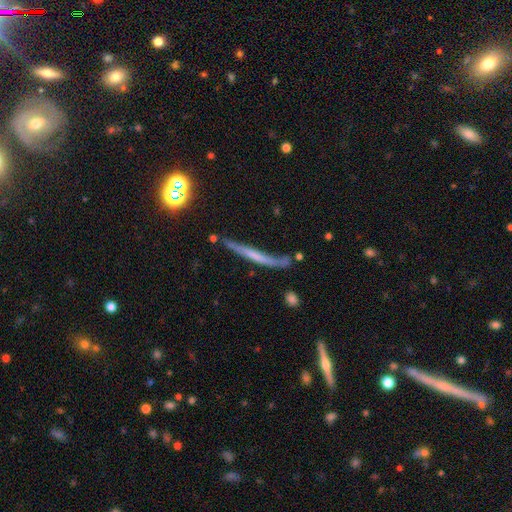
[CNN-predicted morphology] This is possibly a featured or disk galaxy (52%). It is clearly viewed edge-on (85%). Merging: possibly none (54%).